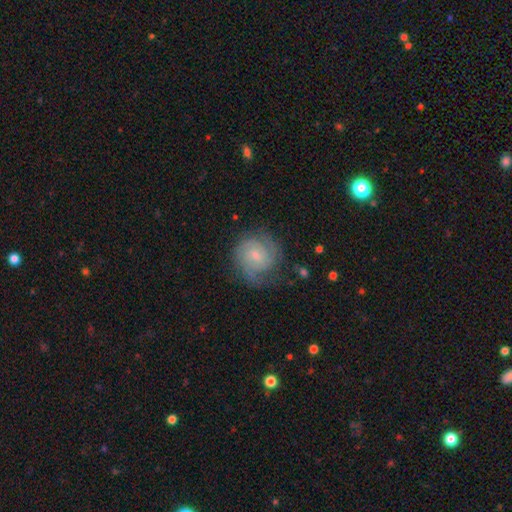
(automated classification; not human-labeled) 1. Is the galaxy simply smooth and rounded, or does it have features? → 81% featured or disk, 13% smooth, 6% star or artifact.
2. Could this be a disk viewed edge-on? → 98% no, 2% yes.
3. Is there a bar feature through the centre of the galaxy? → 51% no, 43% weak, 6% strong.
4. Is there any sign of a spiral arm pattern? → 97% yes, 3% no.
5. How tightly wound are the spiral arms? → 66% tight, 29% medium, 6% loose.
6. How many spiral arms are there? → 55% 2, 18% can't tell, 15% 3, 4% 1, 4% 4, 3% more than 4.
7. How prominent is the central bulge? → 65% small, 26% moderate, 6% none, 2% large, 1% dominant.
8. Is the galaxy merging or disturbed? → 73% none, 18% minor disturbance, 7% major disturbance, 1% merger.